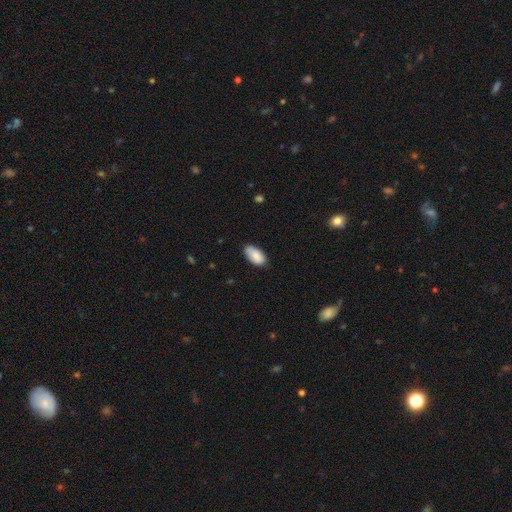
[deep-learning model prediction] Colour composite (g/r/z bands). It shows a smooth galaxy with no disk features (87%) that is in between round and cigar-shaped (95%). Merging: none (77%).